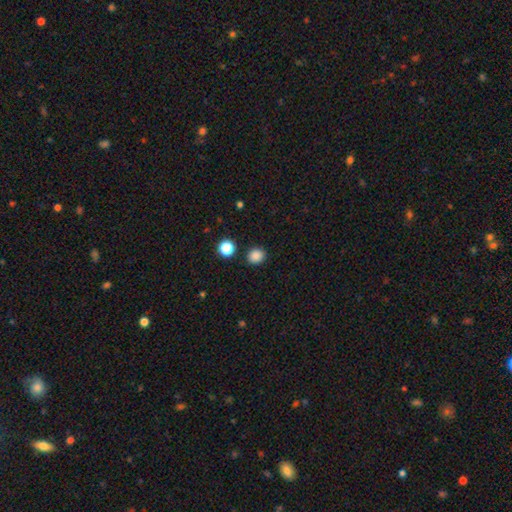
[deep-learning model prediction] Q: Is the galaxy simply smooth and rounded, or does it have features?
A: smooth — 86%.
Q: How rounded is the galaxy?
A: round — 83%.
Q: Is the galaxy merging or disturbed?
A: none — 88%.